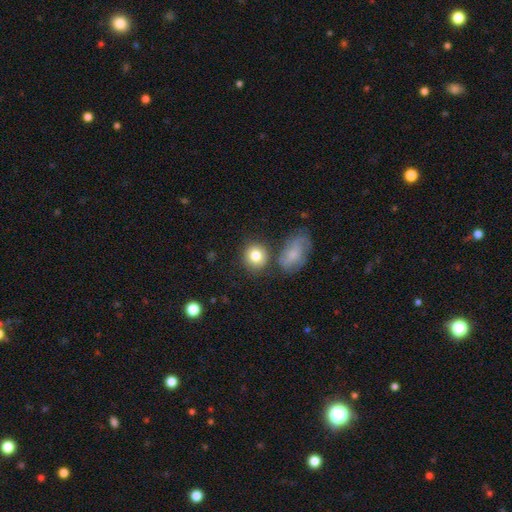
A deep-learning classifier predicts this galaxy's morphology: smooth_or_featured: smooth (p=0.81) [alt: featured or disk p=0.11]
how_rounded: round (p=0.80) [alt: in between p=0.19]
merging: none (p=0.72) [alt: minor disturbance p=0.12]